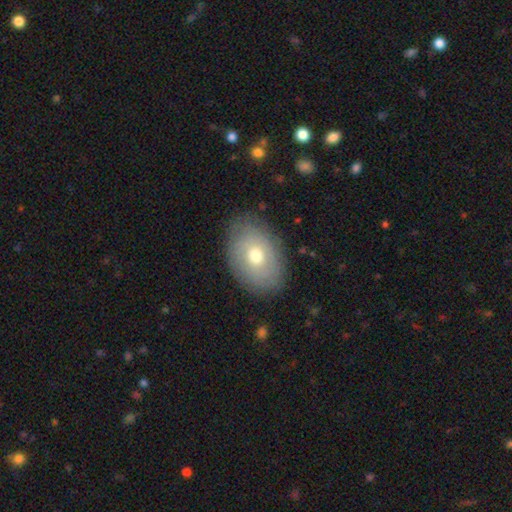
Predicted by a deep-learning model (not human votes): A smooth galaxy with no disk features (56%) that is in between round and cigar-shaped (81%). Merging: none (81%).